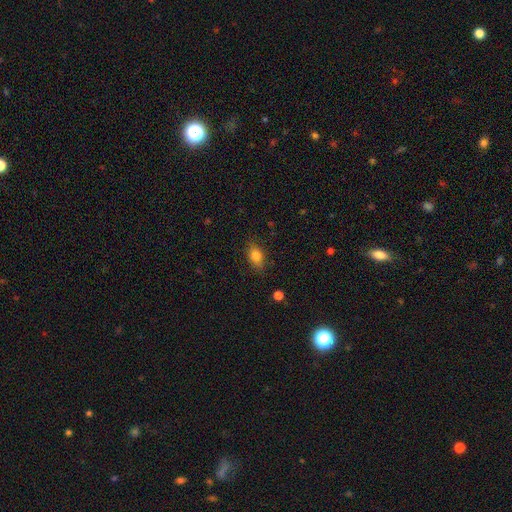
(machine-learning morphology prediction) smooth-or-featured: smooth: 81% | star or artifact: 10% | featured or disk: 9%
  how-rounded: in between: 83% | round: 12% | cigar-shaped: 5%
  merging: none: 81% | minor disturbance: 14% | major disturbance: 4% | merger: 1%